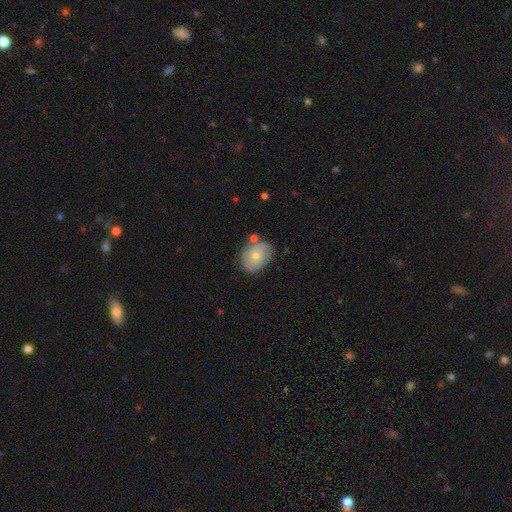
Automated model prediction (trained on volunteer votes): Smooth or featured? Predicted: smooth (p=0.59). How rounded? Predicted: in between (p=0.62). Merging? Predicted: none (p=0.64).